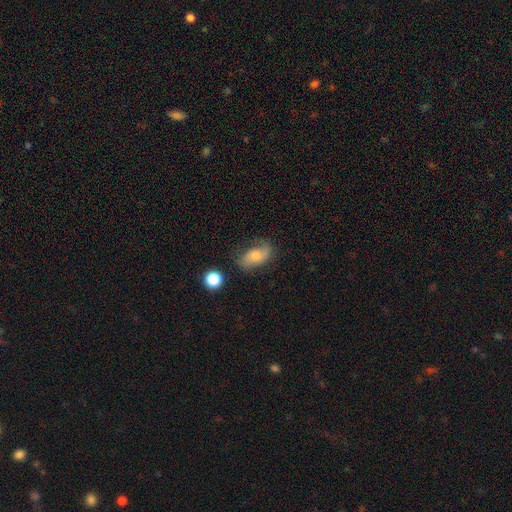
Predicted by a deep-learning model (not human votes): smooth_or_featured: smooth (p=0.54) [alt: featured or disk p=0.37]
how_rounded: in between (p=0.88) [alt: round p=0.09]
merging: none (p=0.56) [alt: minor disturbance p=0.27]